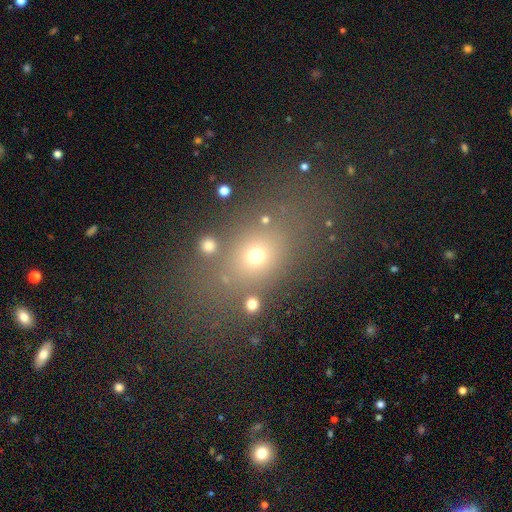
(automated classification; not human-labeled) Smooth or featured? smooth (63%)
How rounded? in between (62%)
Merging? none (72%)